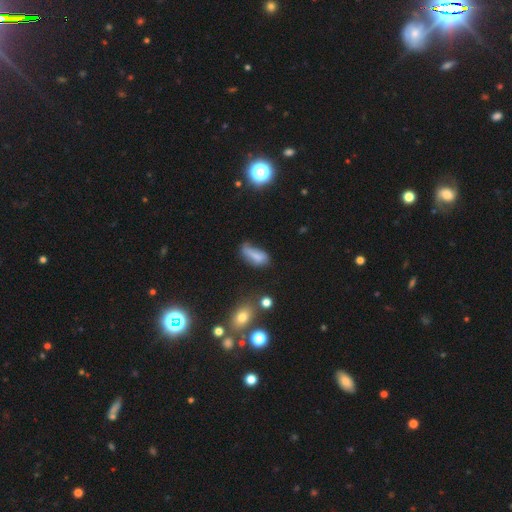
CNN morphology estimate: Q: Smooth or featured?
A: smooth (70%); runner-up: featured or disk (18%)
Q: How rounded?
A: in between (73%); runner-up: cigar-shaped (23%)
Q: Merging?
A: none (37%); runner-up: minor disturbance (35%)